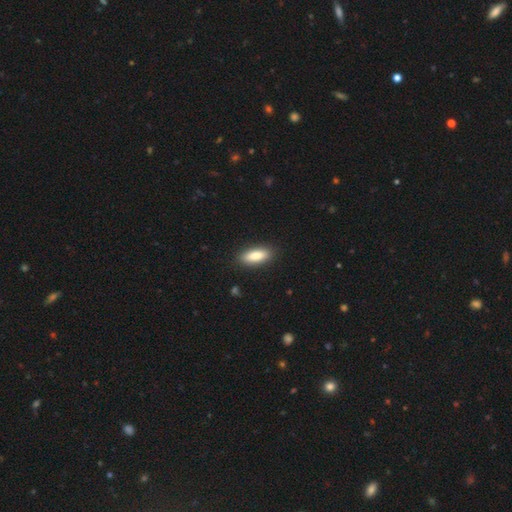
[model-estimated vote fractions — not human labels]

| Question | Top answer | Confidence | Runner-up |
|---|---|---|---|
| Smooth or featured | smooth | 84% | featured or disk (10%) |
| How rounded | in between | 71% | cigar-shaped (27%) |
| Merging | none | 89% | minor disturbance (8%) |